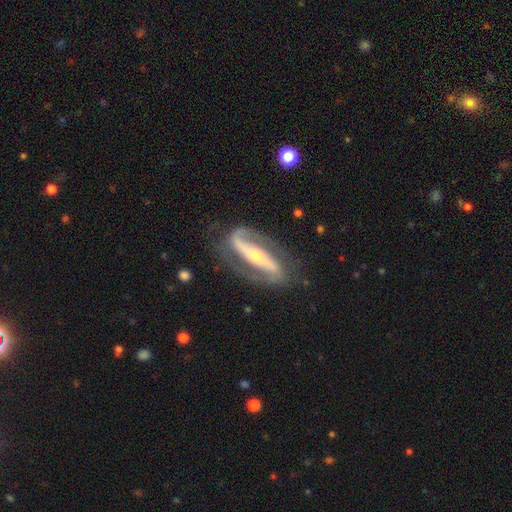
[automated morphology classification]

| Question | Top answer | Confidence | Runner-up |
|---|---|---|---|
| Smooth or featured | featured or disk | 89% | smooth (7%) |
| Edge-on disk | no | 87% | yes (13%) |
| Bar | strong | 73% | weak (14%) |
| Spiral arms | yes | 94% | no (6%) |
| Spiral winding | medium | 47% | loose (28%) |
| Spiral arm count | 2 | 91% | 1 (4%) |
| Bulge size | moderate | 53% | small (37%) |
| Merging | none | 79% | minor disturbance (13%) |